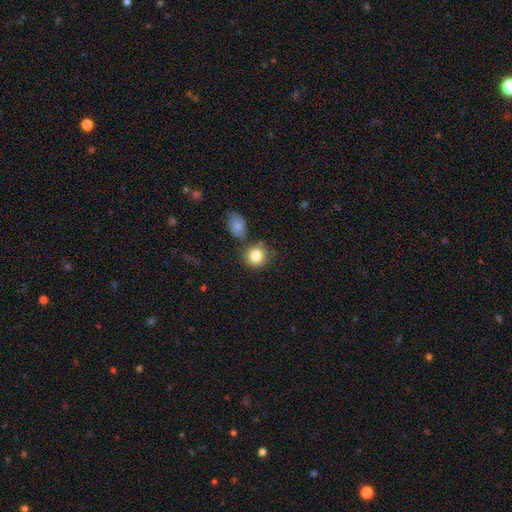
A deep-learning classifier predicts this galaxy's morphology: Smooth or featured: smooth — 83% (star or artifact — 9%)
How rounded: round — 85% (in between — 14%)
Merging: none — 70% (minor disturbance — 13%)